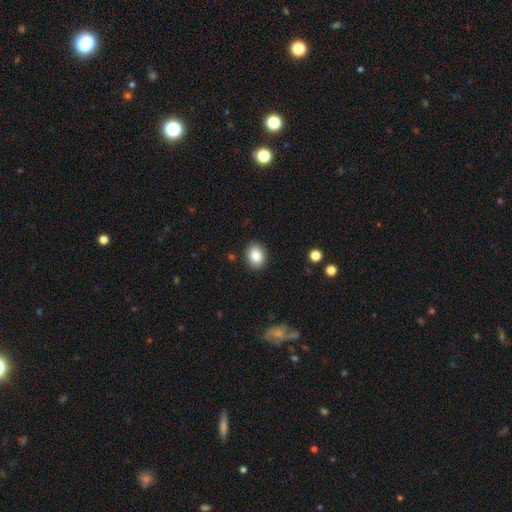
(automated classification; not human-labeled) The model was most divided on "how rounded": round: 52%, in between: 47%, cigar-shaped: 1%. More confident: merging — none (90%); smooth or featured — smooth (85%).